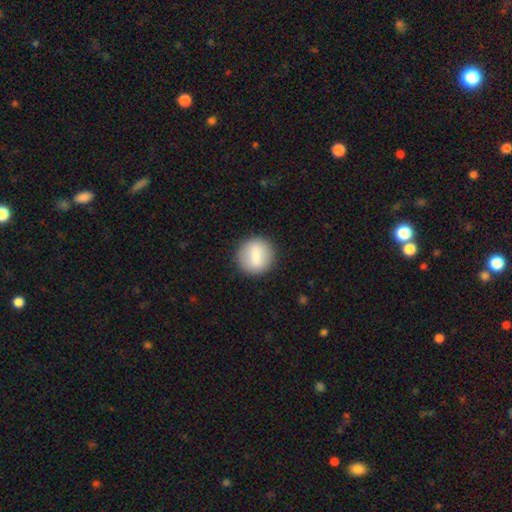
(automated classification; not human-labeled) Smooth or featured? smooth (75%)
How rounded? round (90%)
Merging? none (88%)